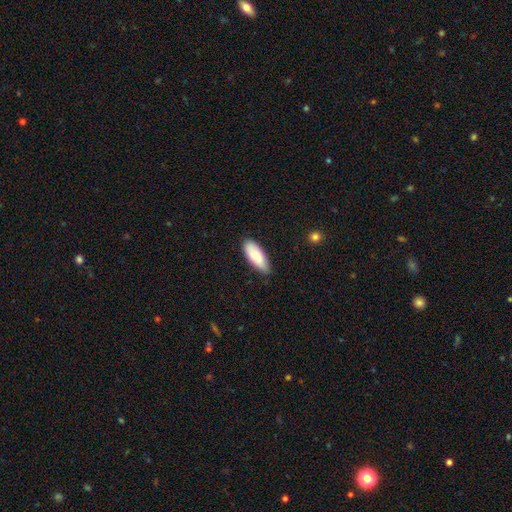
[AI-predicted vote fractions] Smooth or featured? smooth (77%)
How rounded? in between (79%)
Merging? none (82%)